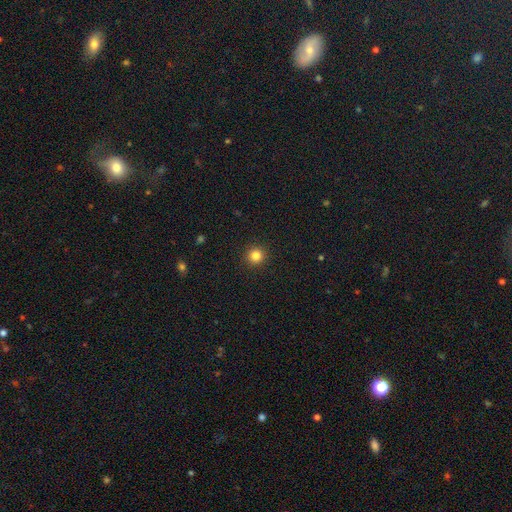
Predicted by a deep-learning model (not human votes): A smooth galaxy with no disk features (84%) that is round (94%). Merging: none (93%).